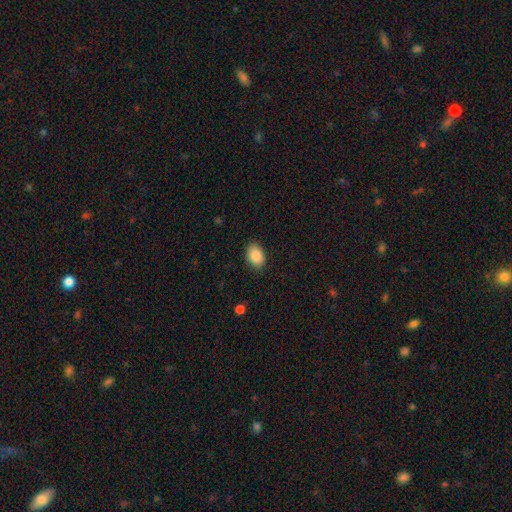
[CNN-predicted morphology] Overall: smooth (89%). How rounded: in between (83%). Merging: none (88%).